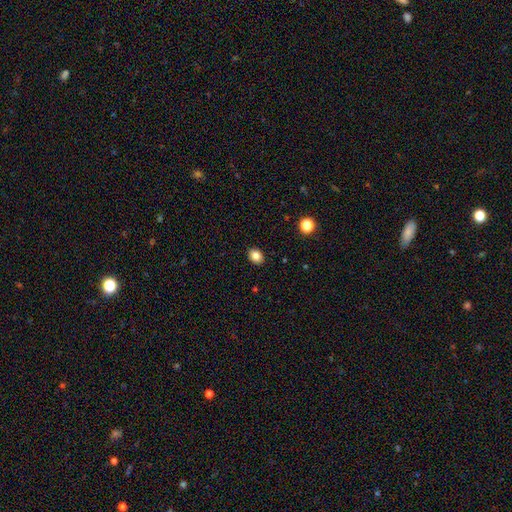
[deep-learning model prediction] Smooth or featured?
  - smooth: 84% *
  - star or artifact: 10%
  - featured or disk: 6%
How rounded?
  - in between: 57% *
  - round: 42%
  - cigar-shaped: 1%
Merging?
  - none: 90% *
  - minor disturbance: 7%
  - major disturbance: 2%
  - merger: 1%